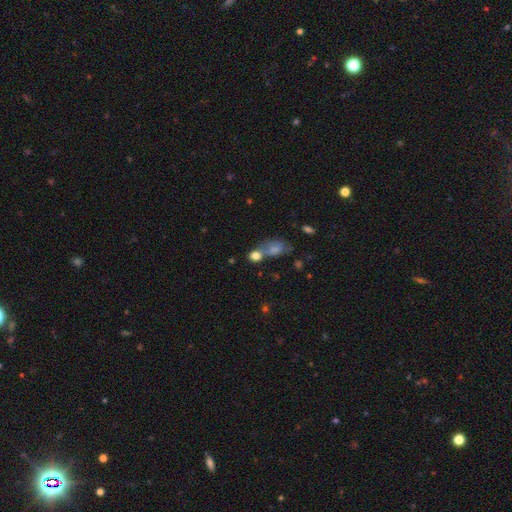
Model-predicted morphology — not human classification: A smooth galaxy with no disk features (76%) that is round (54%).

Vote fractions:
- Smooth or featured? smooth: 76% / star or artifact: 13% / featured or disk: 11%
- How rounded? round: 54% / in between: 43% / cigar-shaped: 3%
- Merging? merger: 43% / none: 39% / minor disturbance: 11% / major disturbance: 6%